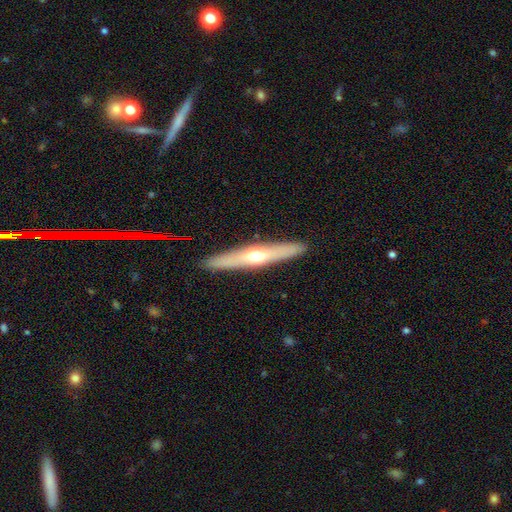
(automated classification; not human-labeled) Q: Smooth or featured?
A: featured or disk (56%); runner-up: smooth (38%)
Q: Edge-on disk?
A: yes (91%); runner-up: no (9%)
Q: Edge-on bulge?
A: rounded (88%); runner-up: none (10%)
Q: Merging?
A: none (91%); runner-up: minor disturbance (7%)